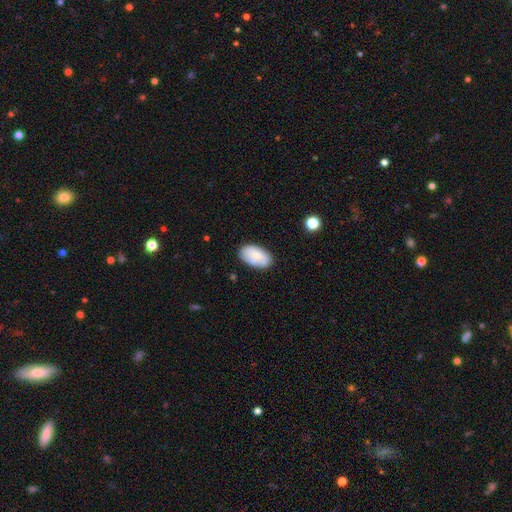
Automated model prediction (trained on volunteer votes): This is likely a smooth galaxy (75%). How rounded: clearly in between (94%). Merging: likely none (77%).